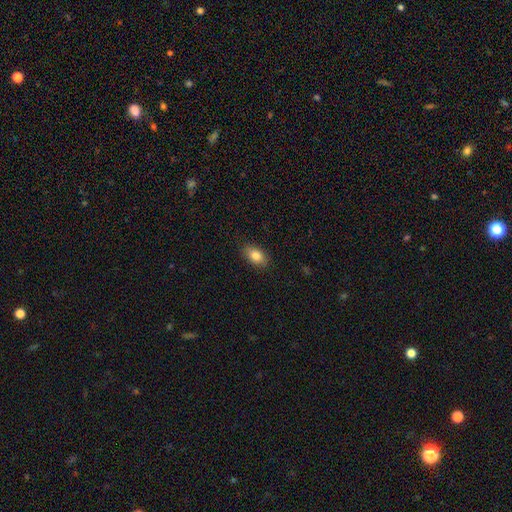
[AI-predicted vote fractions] A smooth galaxy with no disk features (82%) that is in between round and cigar-shaped (87%).

Vote fractions:
- Smooth or featured? smooth: 82% / featured or disk: 10% / star or artifact: 8%
- How rounded? in between: 87% / round: 10% / cigar-shaped: 2%
- Merging? none: 87% / minor disturbance: 10% / major disturbance: 2% / merger: 1%